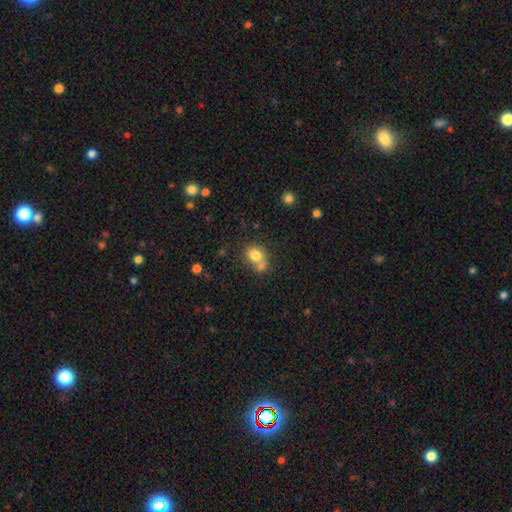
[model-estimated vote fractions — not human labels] This is likely a smooth galaxy (79%). How rounded: possibly round (58%). Merging: marginally none (44%).